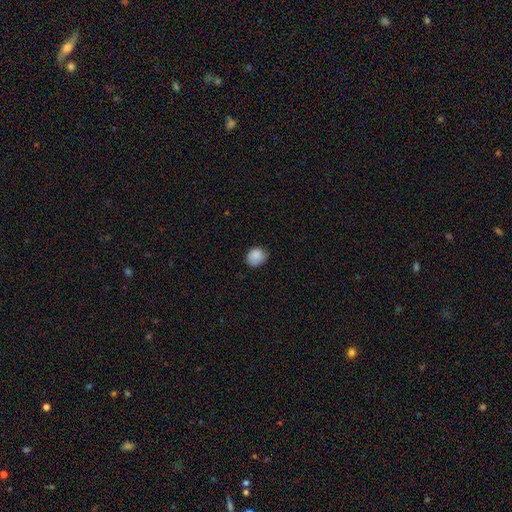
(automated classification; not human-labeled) smooth_or_featured: smooth (p=0.86) [alt: star or artifact p=0.08]
how_rounded: round (p=0.60) [alt: in between p=0.39]
merging: none (p=0.69) [alt: minor disturbance p=0.25]